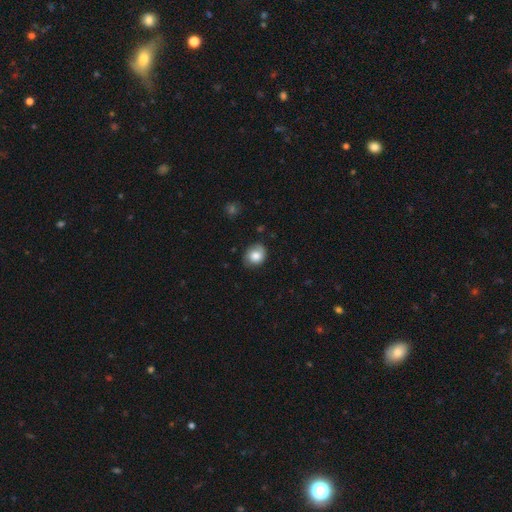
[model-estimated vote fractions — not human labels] Q: Smooth or featured?
A: smooth (72%); runner-up: featured or disk (20%)
Q: How rounded?
A: round (63%); runner-up: in between (36%)
Q: Merging?
A: none (72%); runner-up: minor disturbance (22%)